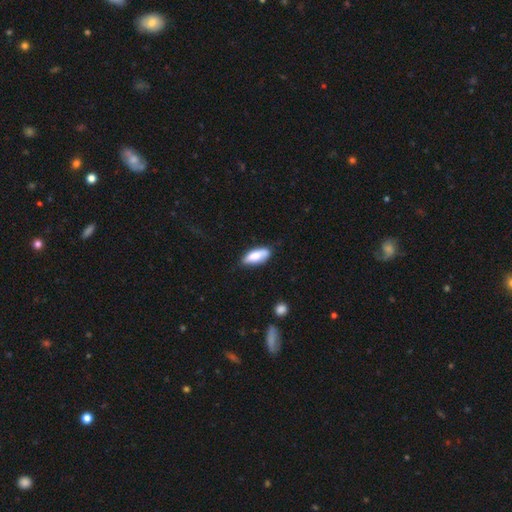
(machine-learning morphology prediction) Smooth or featured?
  - smooth: 77% *
  - featured or disk: 17%
  - star or artifact: 6%
How rounded?
  - in between: 77% *
  - cigar-shaped: 21%
  - round: 2%
Merging?
  - none: 68% *
  - minor disturbance: 24%
  - major disturbance: 4%
  - merger: 3%